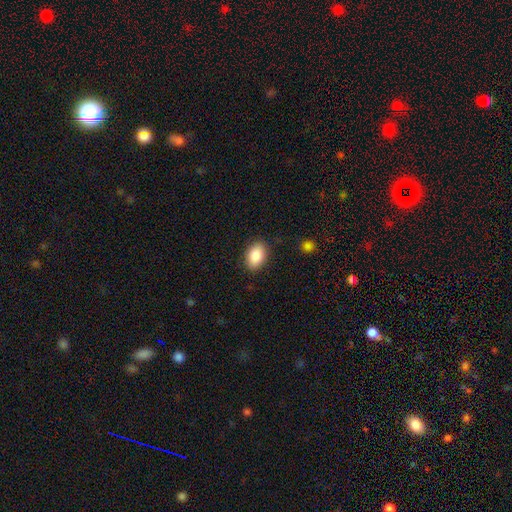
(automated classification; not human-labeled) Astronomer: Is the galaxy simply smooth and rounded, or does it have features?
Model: smooth — 88%.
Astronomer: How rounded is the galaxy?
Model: in between — 87%.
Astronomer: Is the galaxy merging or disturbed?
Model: none — 86%.